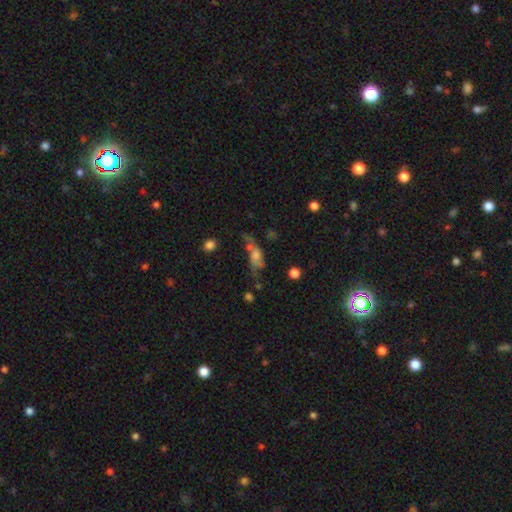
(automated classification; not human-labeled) Smooth or featured? featured or disk (43%, tied with smooth)
Merging? none (34%)